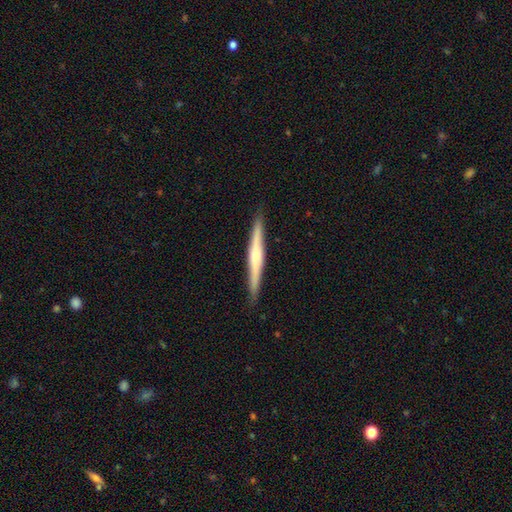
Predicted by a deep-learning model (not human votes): This appears to be a featured or disk galaxy (61%) viewed edge-on (98%) with a rounded central bulge (61%). Merging: none (91%).